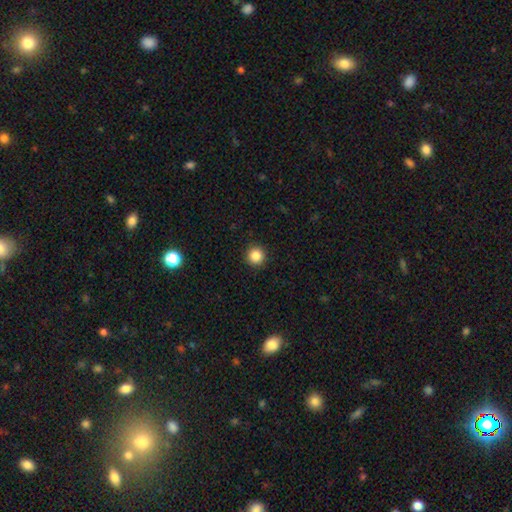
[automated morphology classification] A smooth galaxy with no disk features (86%) that is round (96%). Merging: none (93%).